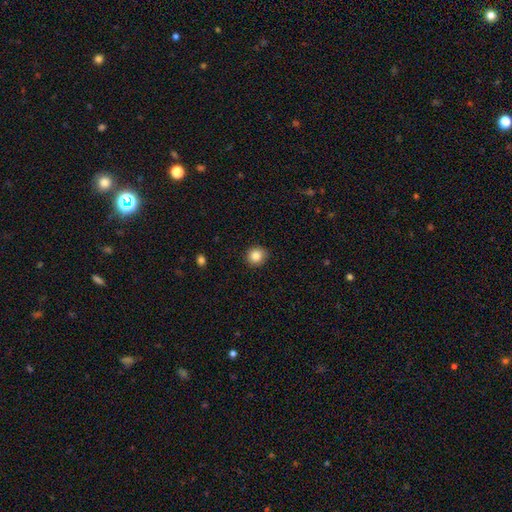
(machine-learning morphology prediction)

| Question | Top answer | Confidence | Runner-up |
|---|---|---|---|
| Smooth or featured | smooth | 86% | star or artifact (10%) |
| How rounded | round | 89% | in between (11%) |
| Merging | none | 88% | minor disturbance (8%) |